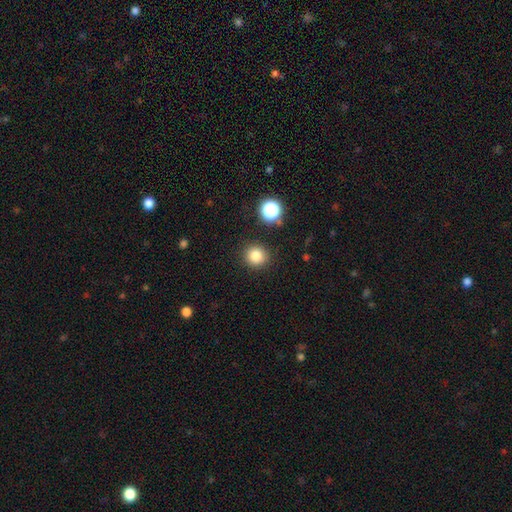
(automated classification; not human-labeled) This is clearly a smooth galaxy (82%). How rounded: clearly round (91%). Merging: clearly none (89%).